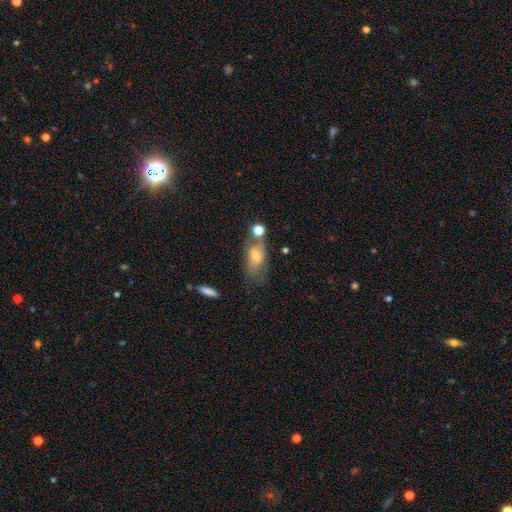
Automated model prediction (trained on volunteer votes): smooth_or_featured: smooth (p=0.59) [alt: featured or disk p=0.30]
how_rounded: in between (p=0.80) [alt: round p=0.11]
merging: none (p=0.45) [alt: minor disturbance p=0.23]